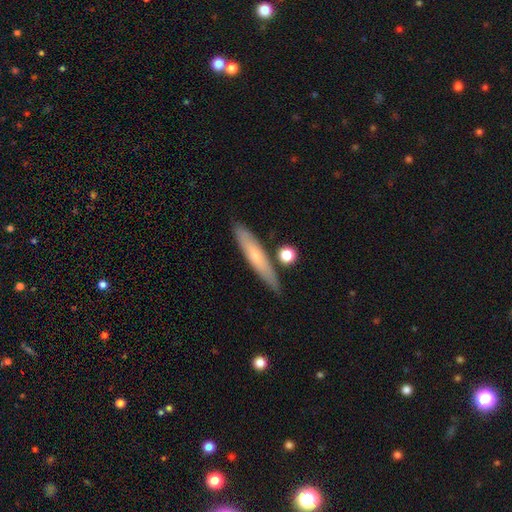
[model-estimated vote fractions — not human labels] Smooth or featured: smooth — 57% (featured or disk — 37%)
How rounded: cigar-shaped — 89% (in between — 9%)
Merging: none — 79% (minor disturbance — 12%)